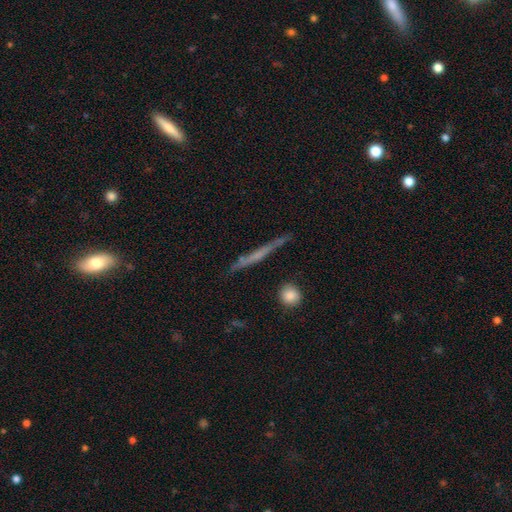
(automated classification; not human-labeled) This is possibly a featured or disk galaxy (52%). It is clearly viewed edge-on (93%). Merging: clearly none (80%).